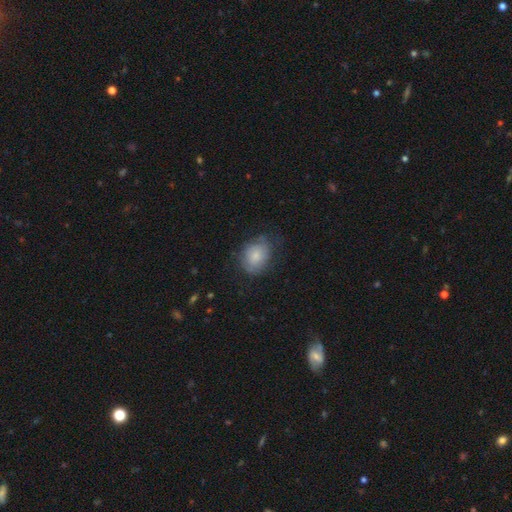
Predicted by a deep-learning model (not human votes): A smooth galaxy with no disk features (73%) that is in between round and cigar-shaped (55%). Merging: none (60%).